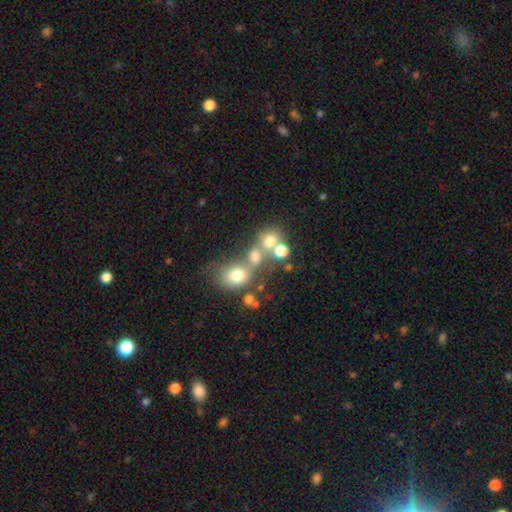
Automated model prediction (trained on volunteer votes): smooth_or_featured: smooth (p=0.61) [alt: star or artifact p=0.19]
how_rounded: round (p=0.66) [alt: in between p=0.32]
merging: merger (p=0.48) [alt: none p=0.35]